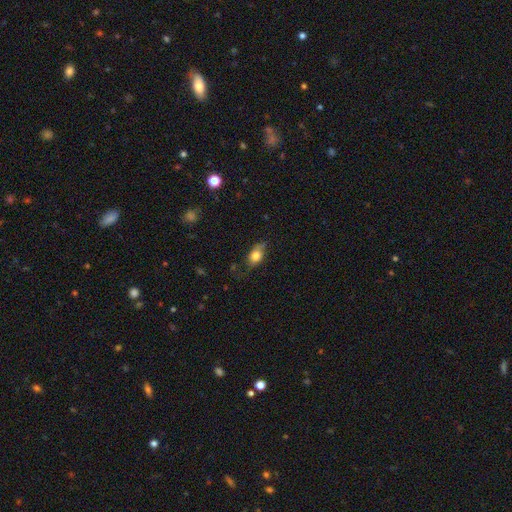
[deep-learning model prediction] This is likely a smooth galaxy (74%). How rounded: likely in between (73%). Merging: possibly none (58%).